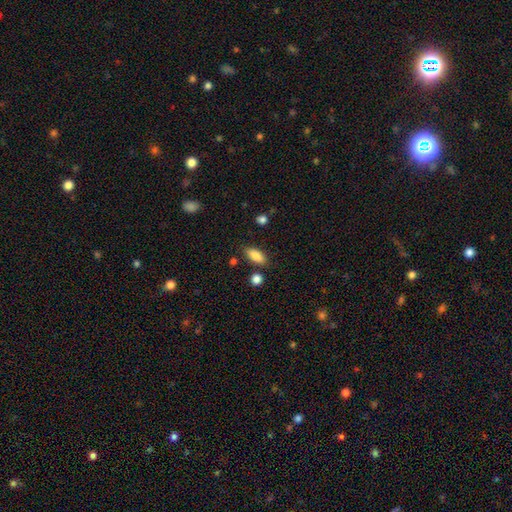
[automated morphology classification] smooth_or_featured: smooth (p=0.87) [alt: star or artifact p=0.07]
how_rounded: in between (p=0.85) [alt: cigar-shaped p=0.12]
merging: none (p=0.80) [alt: minor disturbance p=0.12]